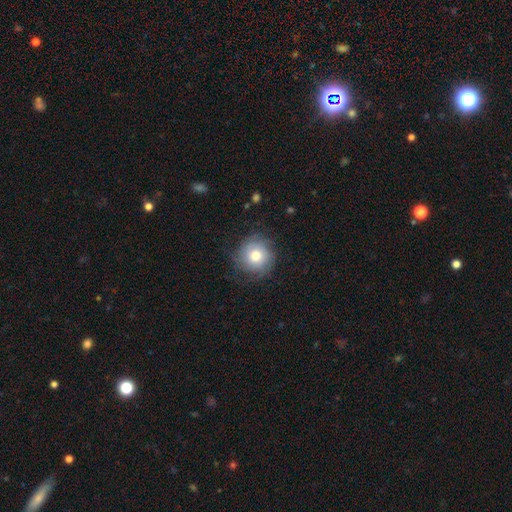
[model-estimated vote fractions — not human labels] Smooth or featured: smooth — 62% (featured or disk — 29%)
How rounded: round — 93% (in between — 6%)
Merging: none — 74% (minor disturbance — 17%)